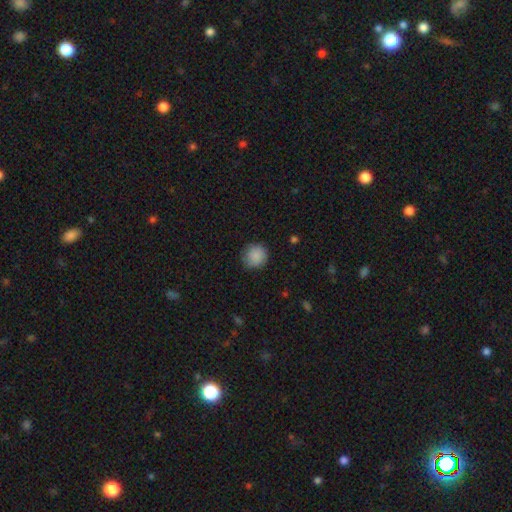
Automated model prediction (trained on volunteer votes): smooth_or_featured: smooth (p=0.88) [alt: star or artifact p=0.08]
how_rounded: round (p=0.90) [alt: in between p=0.09]
merging: none (p=0.83) [alt: minor disturbance p=0.13]